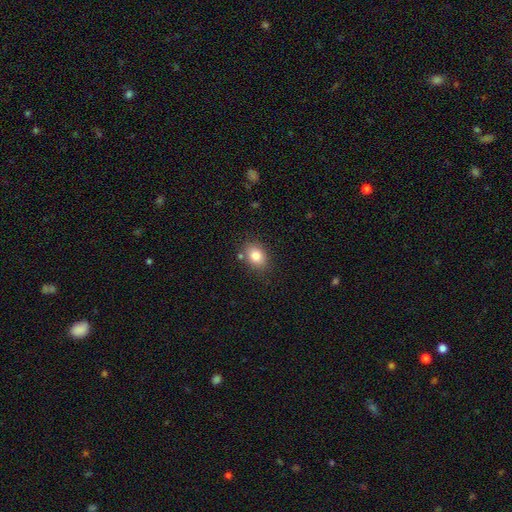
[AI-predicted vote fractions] Smooth or featured?
  - smooth: 82% *
  - star or artifact: 9%
  - featured or disk: 9%
How rounded?
  - in between: 68% *
  - round: 31%
  - cigar-shaped: 1%
Merging?
  - none: 79% *
  - minor disturbance: 12%
  - merger: 5%
  - major disturbance: 3%